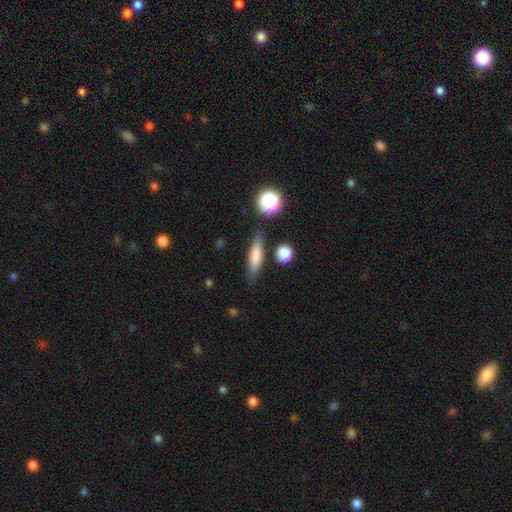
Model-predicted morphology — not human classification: smooth 73%, featured or disk 19%, star or artifact 8%. Down the decision tree: how rounded — cigar-shaped (67%); merging — none (80%).